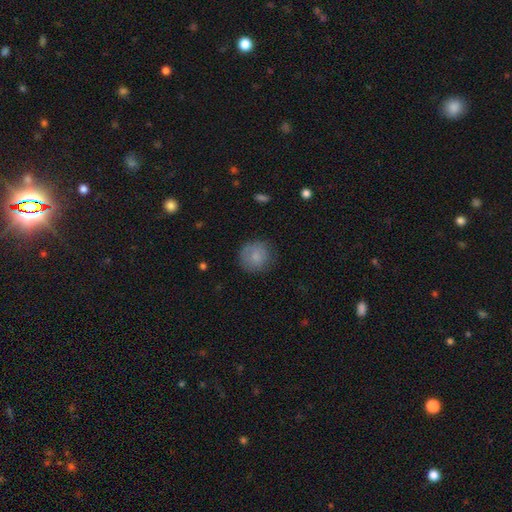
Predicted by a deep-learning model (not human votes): smooth 81%, featured or disk 11%, star or artifact 8%. Down the decision tree: how rounded — round (90%); merging — none (78%).